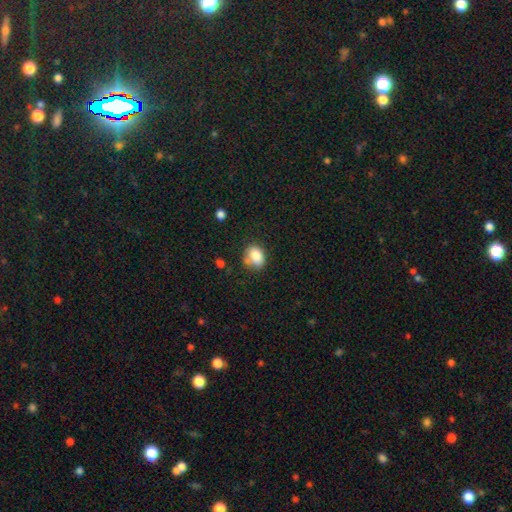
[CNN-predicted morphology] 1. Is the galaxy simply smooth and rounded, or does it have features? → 83% smooth, 9% star or artifact, 8% featured or disk.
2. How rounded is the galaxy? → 66% in between, 33% round, 1% cigar-shaped.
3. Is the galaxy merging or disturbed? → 57% none, 26% minor disturbance, 10% merger, 8% major disturbance.